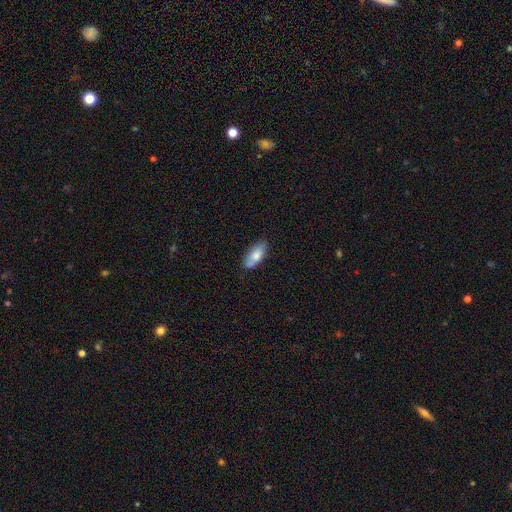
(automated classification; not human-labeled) Q: Smooth or featured?
A: smooth (76%); runner-up: featured or disk (18%)
Q: How rounded?
A: in between (85%); runner-up: cigar-shaped (13%)
Q: Merging?
A: none (77%); runner-up: minor disturbance (18%)